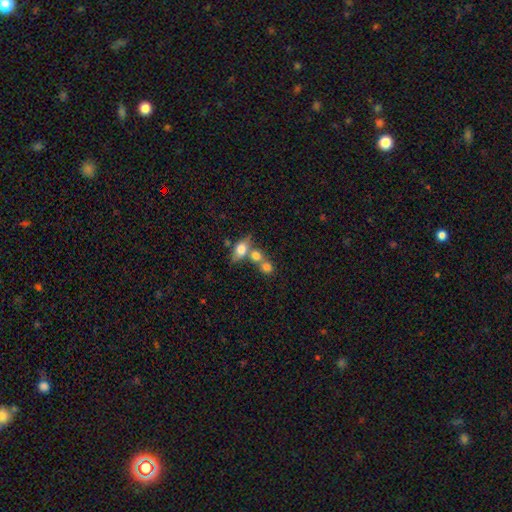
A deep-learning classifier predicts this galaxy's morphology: A smooth galaxy with no disk features (73%) that is in between round and cigar-shaped (55%).

Vote fractions:
- Smooth or featured? smooth: 73% / featured or disk: 16% / star or artifact: 10%
- How rounded? in between: 55% / round: 41% / cigar-shaped: 4%
- Merging? merger: 53% / none: 32% / minor disturbance: 9% / major disturbance: 6%